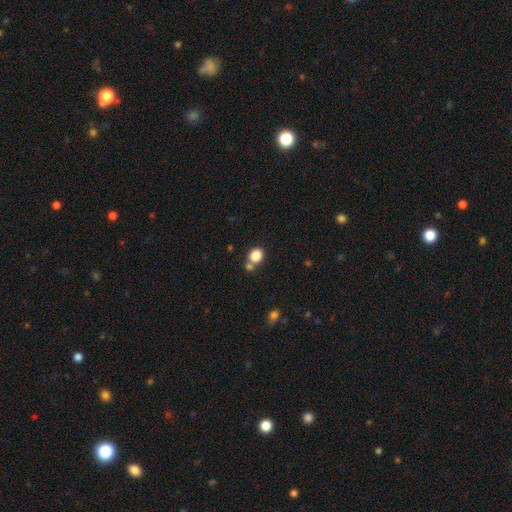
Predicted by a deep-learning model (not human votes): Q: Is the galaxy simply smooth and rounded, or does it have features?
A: smooth — 84%.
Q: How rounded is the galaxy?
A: round — 60%.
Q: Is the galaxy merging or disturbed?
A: none — 60%.